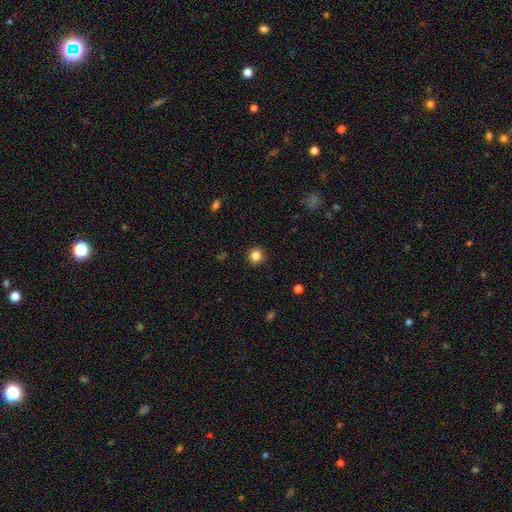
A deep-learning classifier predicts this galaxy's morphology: Q: Smooth or featured?
A: smooth (84%); runner-up: star or artifact (11%)
Q: How rounded?
A: round (94%); runner-up: in between (5%)
Q: Merging?
A: none (91%); runner-up: minor disturbance (6%)